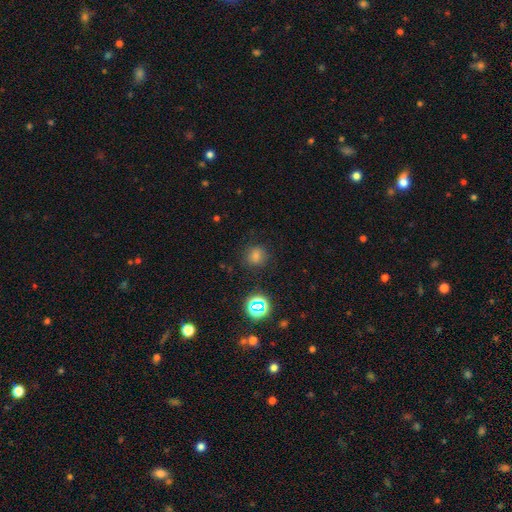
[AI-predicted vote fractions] Morphology: type=smooth (68%); roundness=round (84%); merging=none (85%).